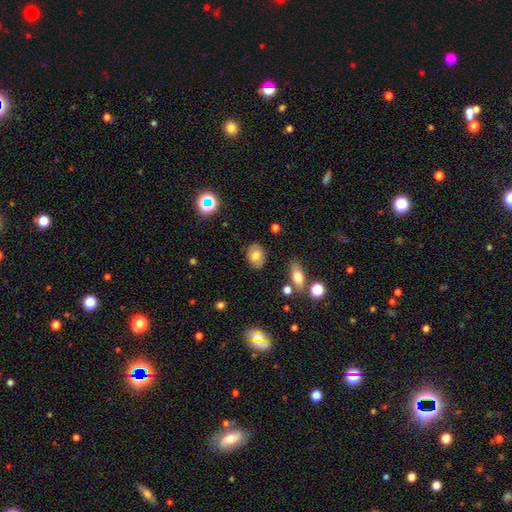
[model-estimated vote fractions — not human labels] smooth-or-featured: smooth: 73% | featured or disk: 17% | star or artifact: 10%
  how-rounded: in between: 68% | round: 31% | cigar-shaped: 1%
  merging: none: 82% | minor disturbance: 13% | major disturbance: 3% | merger: 2%